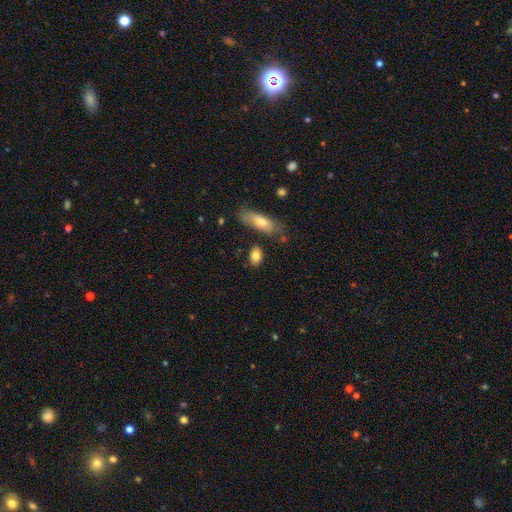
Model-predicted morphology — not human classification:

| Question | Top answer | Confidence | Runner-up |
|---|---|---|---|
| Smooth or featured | smooth | 82% | featured or disk (10%) |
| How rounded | in between | 82% | round (12%) |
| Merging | none | 77% | minor disturbance (13%) |